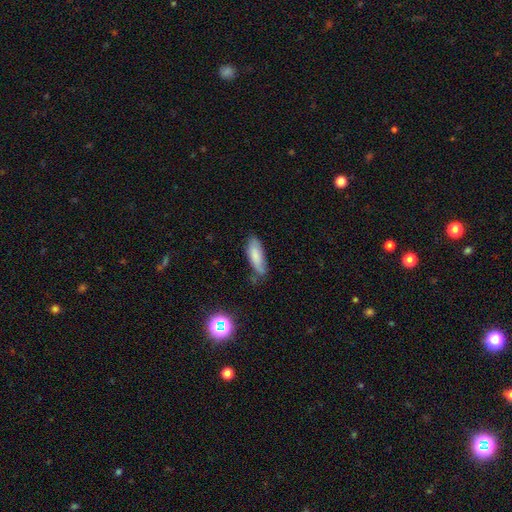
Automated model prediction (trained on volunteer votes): Q: Smooth or featured?
A: smooth (78%); runner-up: featured or disk (14%)
Q: How rounded?
A: in between (65%); runner-up: cigar-shaped (33%)
Q: Merging?
A: none (55%); runner-up: minor disturbance (32%)